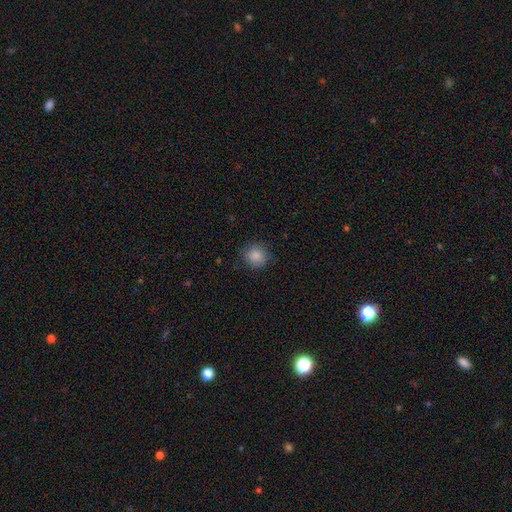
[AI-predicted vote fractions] The model was most divided on "merging": none: 83%, minor disturbance: 12%, major disturbance: 3%, merger: 1%. More confident: how rounded — round (89%); smooth or featured — smooth (86%).